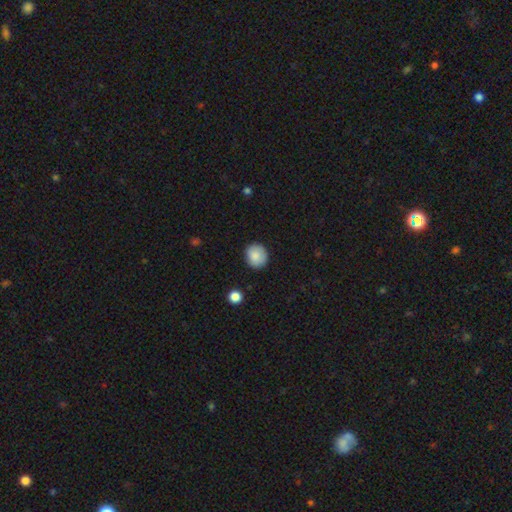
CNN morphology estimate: Overall: smooth (86%). How rounded: round (80%). Merging: none (87%).